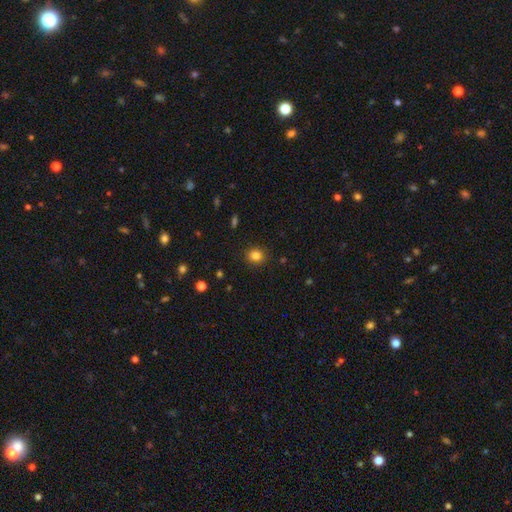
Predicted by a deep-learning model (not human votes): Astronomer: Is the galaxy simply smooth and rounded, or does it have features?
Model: smooth — 83%.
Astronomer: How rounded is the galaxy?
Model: round — 76%.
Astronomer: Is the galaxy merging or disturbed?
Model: none — 90%.